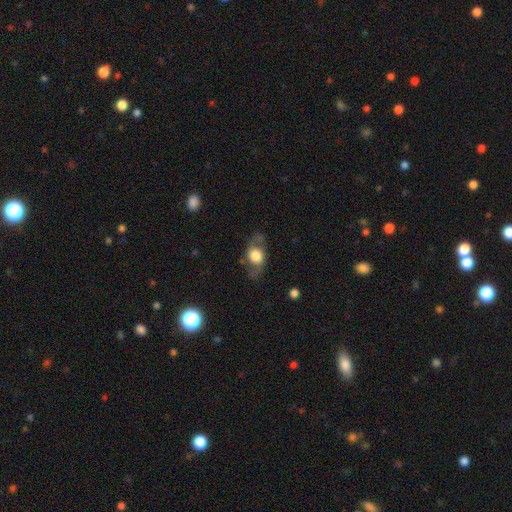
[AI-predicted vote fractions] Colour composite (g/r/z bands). It shows a smooth galaxy with no disk features (48%). Merging: none (68%).